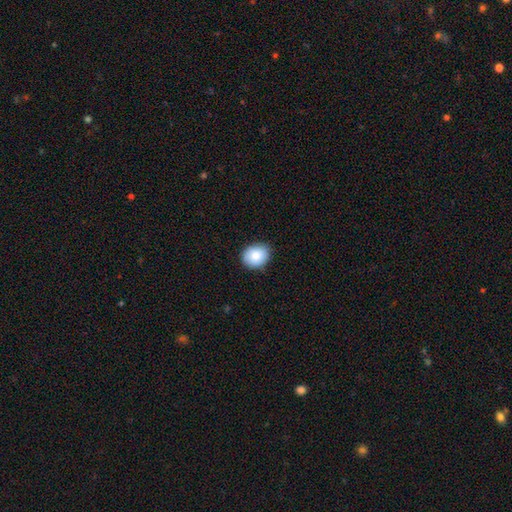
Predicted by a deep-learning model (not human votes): This appears to be a smooth galaxy with no disk features (84%) that is round (57%). Merging: none (86%).